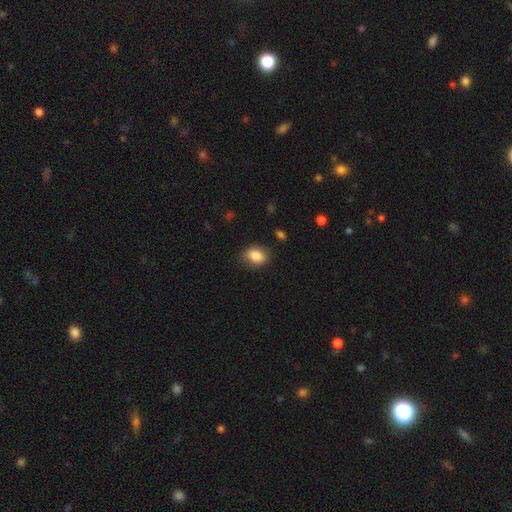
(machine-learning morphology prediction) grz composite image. It shows a smooth galaxy with no disk features (87%) that is in between round and cigar-shaped (77%). Merging: none (76%).